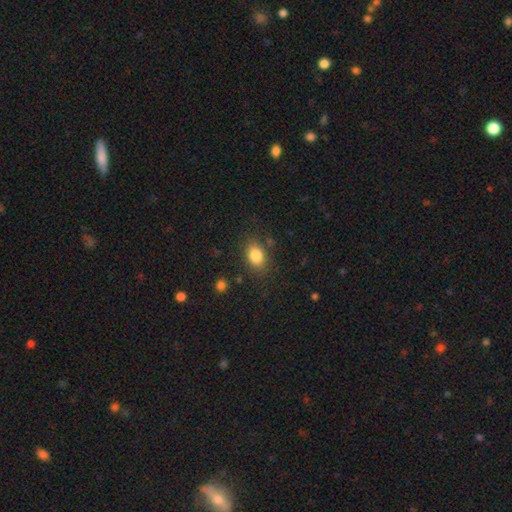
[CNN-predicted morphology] smooth 84%, star or artifact 9%, featured or disk 7%. Down the decision tree: how rounded — in between (73%); merging — none (81%).